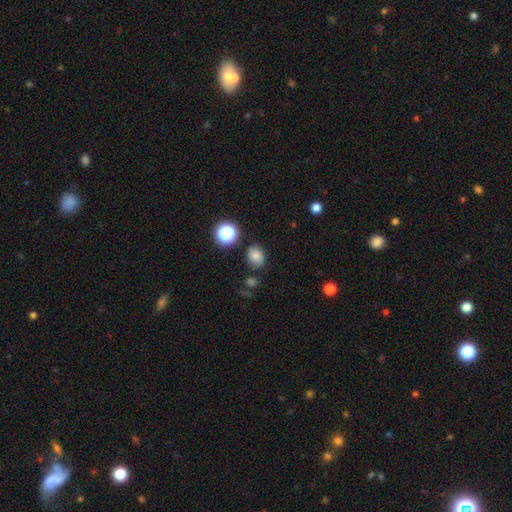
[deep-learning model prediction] Morphology: type=smooth (77%); roundness=in between (50%); merging=none (74%).